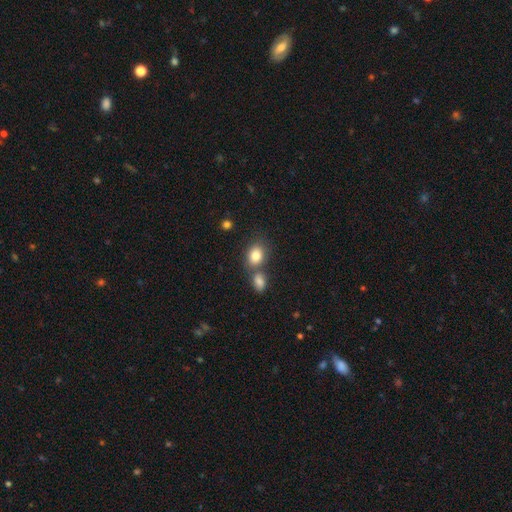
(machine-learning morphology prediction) smooth 83%, star or artifact 9%, featured or disk 8%. Down the decision tree: how rounded — in between (60%); merging — none (50%).